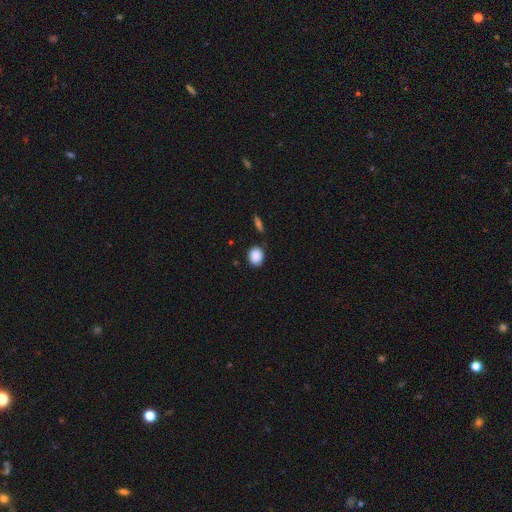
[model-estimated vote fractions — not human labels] Overall: smooth (89%). How rounded: round (58%; in between 41%). Merging: none (81%).